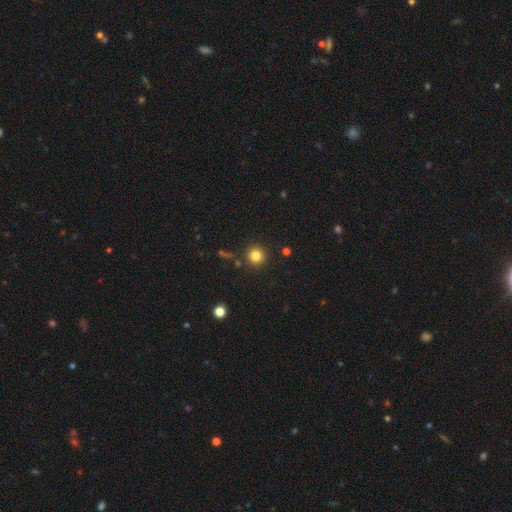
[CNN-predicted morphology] Smooth or featured: smooth — 82% (star or artifact — 13%)
How rounded: round — 94% (in between — 5%)
Merging: none — 88% (minor disturbance — 7%)